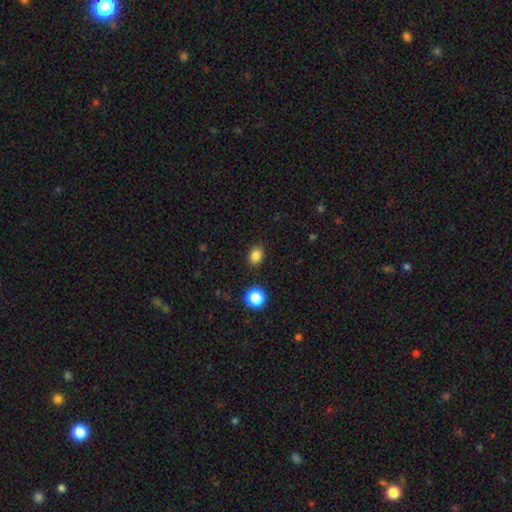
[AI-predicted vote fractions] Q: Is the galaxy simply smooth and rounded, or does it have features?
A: smooth — 83%.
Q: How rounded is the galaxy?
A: round — 53%.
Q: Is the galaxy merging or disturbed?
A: none — 86%.